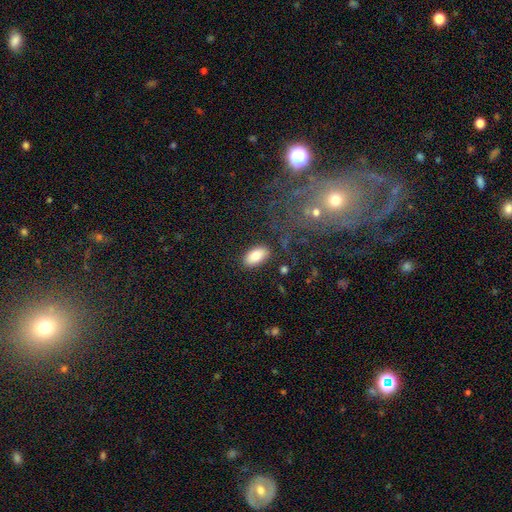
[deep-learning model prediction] A smooth galaxy with no disk features (79%) that is in between round and cigar-shaped (93%). Merging: none (84%).